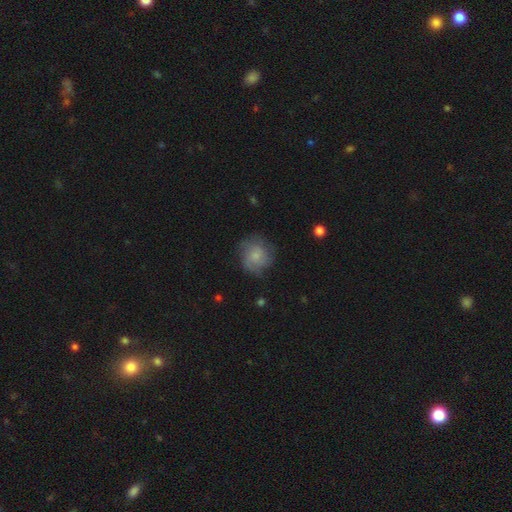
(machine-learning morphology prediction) This is likely a smooth galaxy (63%). How rounded: clearly round (84%). Merging: likely none (66%).